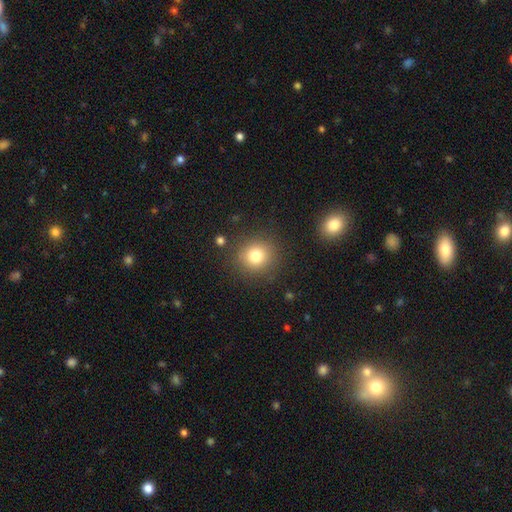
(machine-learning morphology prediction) smooth-or-featured: smooth: 78% | star or artifact: 13% | featured or disk: 9%
  how-rounded: round: 90% | in between: 9% | cigar-shaped: 1%
  merging: none: 87% | minor disturbance: 8% | major disturbance: 3% | merger: 2%